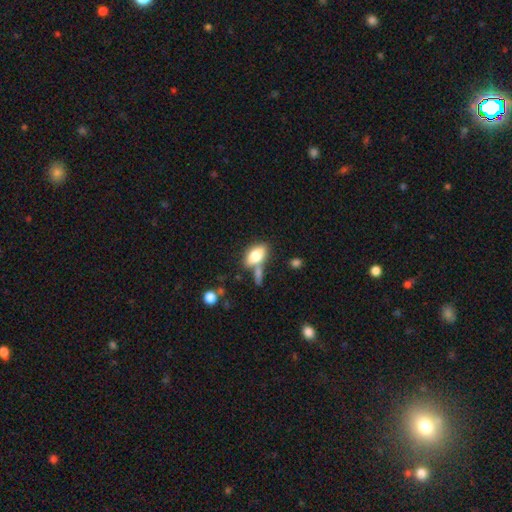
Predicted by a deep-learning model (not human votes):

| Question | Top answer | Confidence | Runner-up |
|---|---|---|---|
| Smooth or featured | smooth | 74% | featured or disk (18%) |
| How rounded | in between | 88% | round (7%) |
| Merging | none | 52% | merger (25%) |